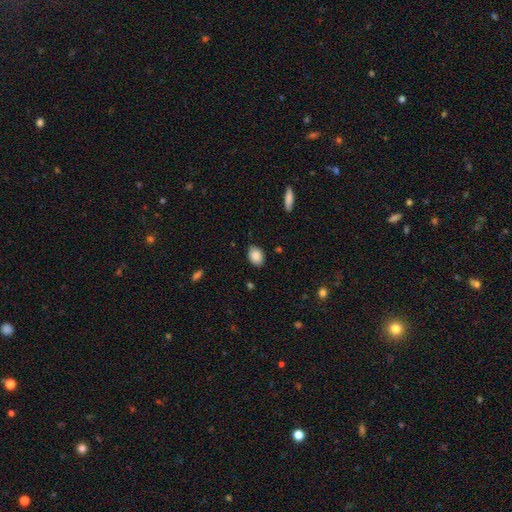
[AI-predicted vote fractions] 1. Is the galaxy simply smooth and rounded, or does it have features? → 88% smooth, 7% star or artifact, 5% featured or disk.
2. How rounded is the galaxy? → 80% in between, 19% round, 1% cigar-shaped.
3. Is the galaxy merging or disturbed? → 84% none, 12% minor disturbance, 3% major disturbance, 1% merger.